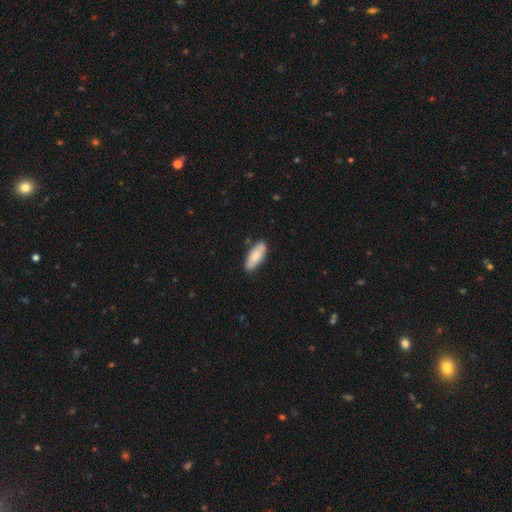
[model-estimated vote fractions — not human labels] A smooth galaxy with no disk features (78%) that is in between round and cigar-shaped (74%). Merging: none (81%).